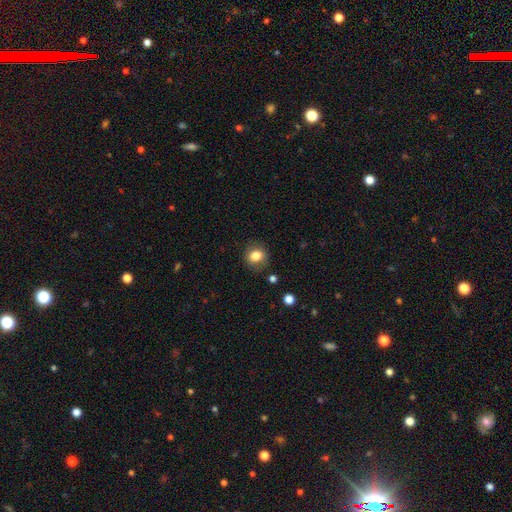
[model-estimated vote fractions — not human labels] A smooth galaxy with no disk features (81%) that is round (70%). Merging: none (81%).